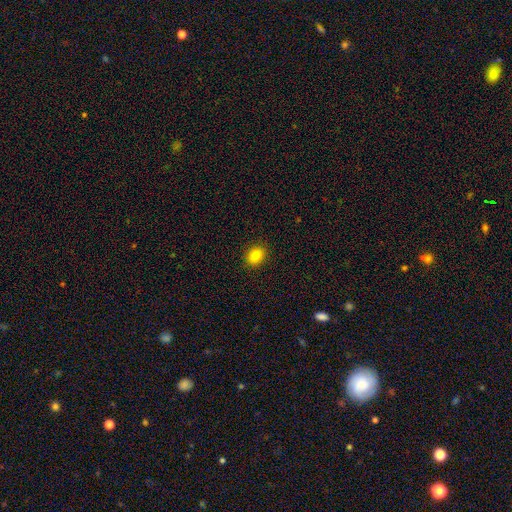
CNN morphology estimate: type=smooth (83%); roundness=in between (50%); merging=none (91%).